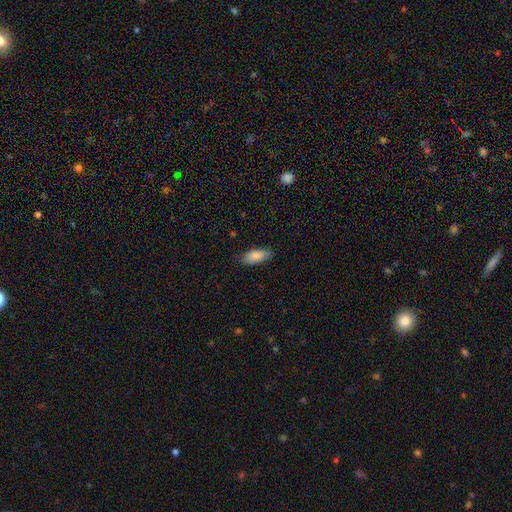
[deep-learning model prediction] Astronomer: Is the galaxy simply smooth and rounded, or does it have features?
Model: smooth — 86%.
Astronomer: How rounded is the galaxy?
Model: in between — 85%.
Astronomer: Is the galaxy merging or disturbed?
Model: none — 81%.